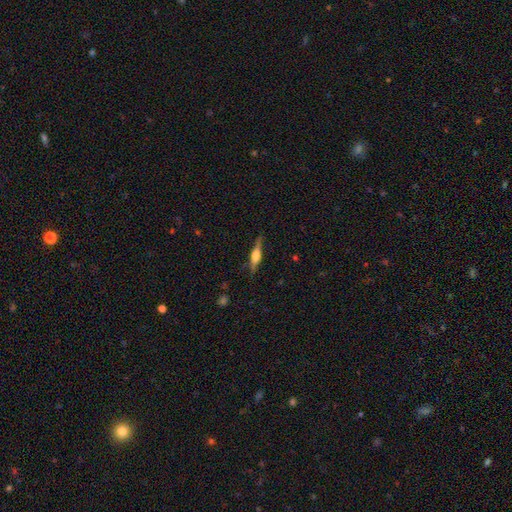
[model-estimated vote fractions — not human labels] The model was most divided on "smooth or featured": featured or disk: 66%, smooth: 28%, star or artifact: 6%. More confident: edge-on disk — yes (97%); edge-on bulge — rounded (86%); merging — none (86%).